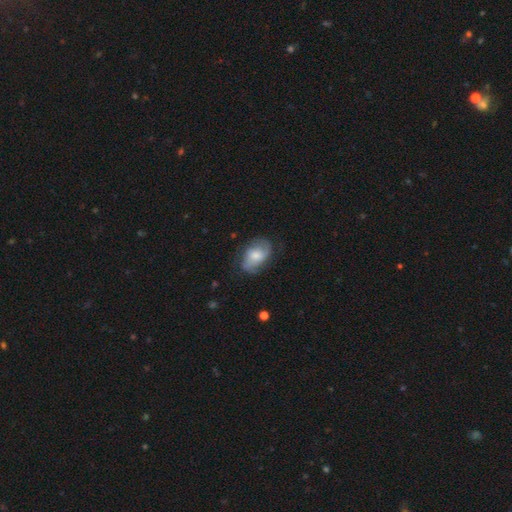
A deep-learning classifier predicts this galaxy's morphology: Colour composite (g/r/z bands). It shows a featured or disk galaxy (55%) with no bar (62%), spiral arms (85%) and a moderate central bulge (46%). Merging: none (63%).